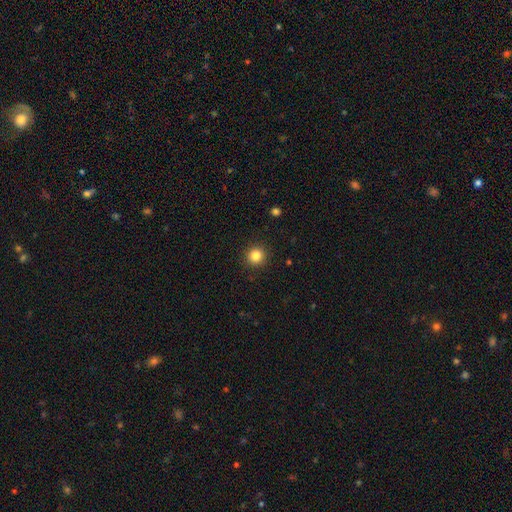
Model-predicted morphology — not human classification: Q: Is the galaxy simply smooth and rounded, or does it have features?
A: smooth — 83%.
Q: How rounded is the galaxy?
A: round — 94%.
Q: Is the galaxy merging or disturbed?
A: none — 92%.